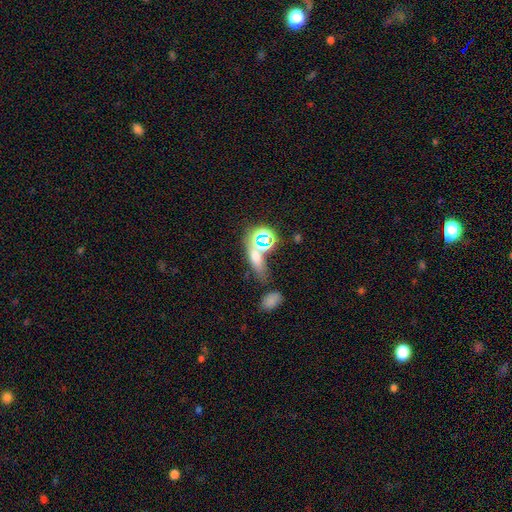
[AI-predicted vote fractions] smooth-or-featured: smooth: 54% | star or artifact: 32% | featured or disk: 14%
  how-rounded: in between: 57% | cigar-shaped: 22% | round: 21%
  merging: none: 58% | merger: 22% | minor disturbance: 13% | major disturbance: 7%